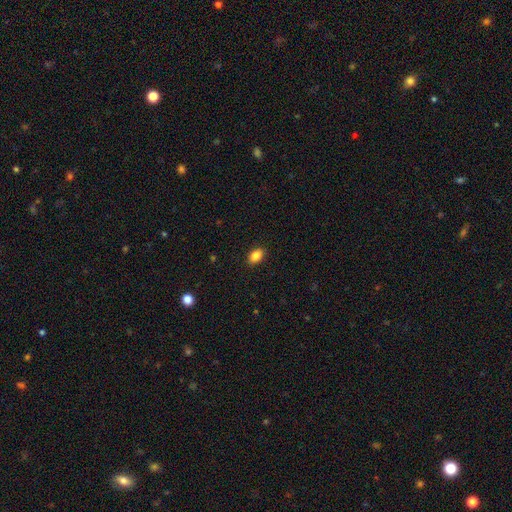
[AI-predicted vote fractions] This appears to be a smooth galaxy with no disk features (86%) that is in between round and cigar-shaped (83%). Merging: none (89%).